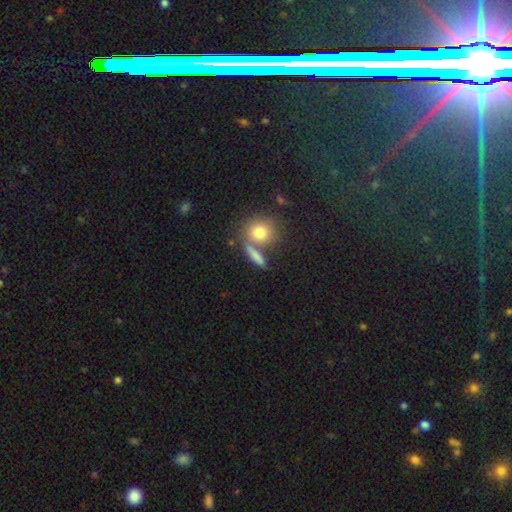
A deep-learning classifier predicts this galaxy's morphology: This appears to be a smooth galaxy with no disk features (74%) that is cigar-shaped (40%). Merging: none (64%).